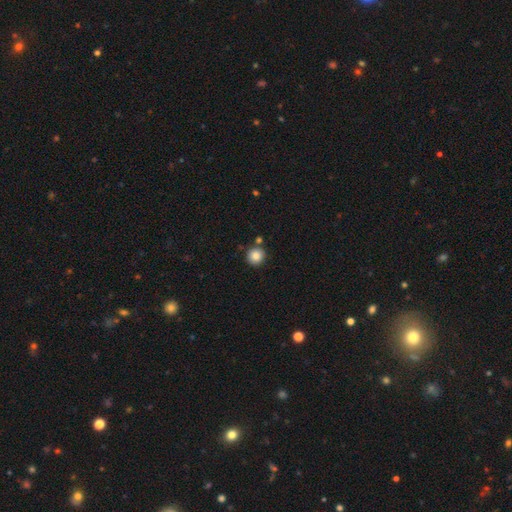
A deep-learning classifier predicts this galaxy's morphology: smooth 85%, star or artifact 10%, featured or disk 5%. Down the decision tree: how rounded — round (93%); merging — none (82%).